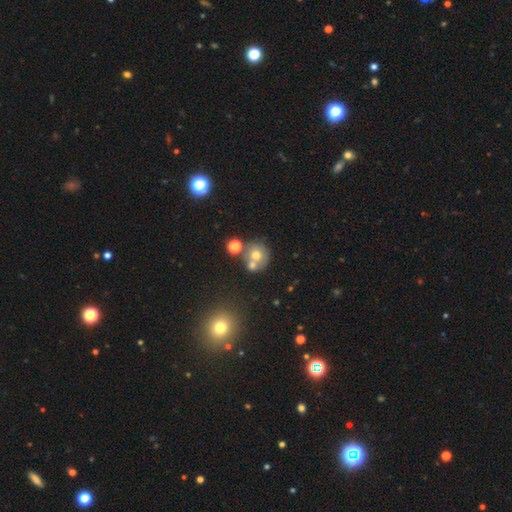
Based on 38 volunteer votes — Q: Smooth or featured?
A: smooth (68%); runner-up: featured or disk (21%)
Q: How rounded?
A: round (81%); runner-up: in between (19%)
Q: Merging?
A: merger (53%); runner-up: none (38%)